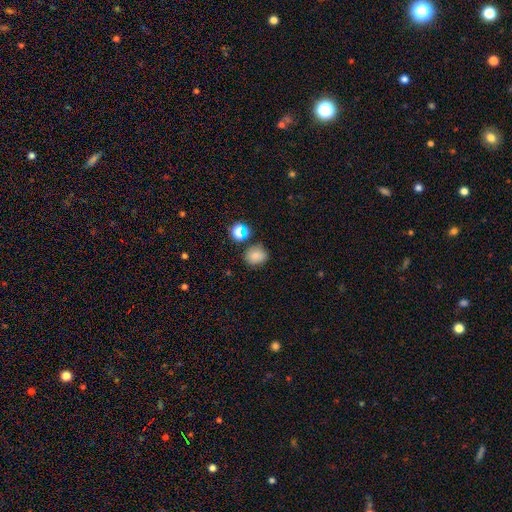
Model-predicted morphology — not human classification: type=smooth (76%); roundness=round (68%); merging=none (77%).